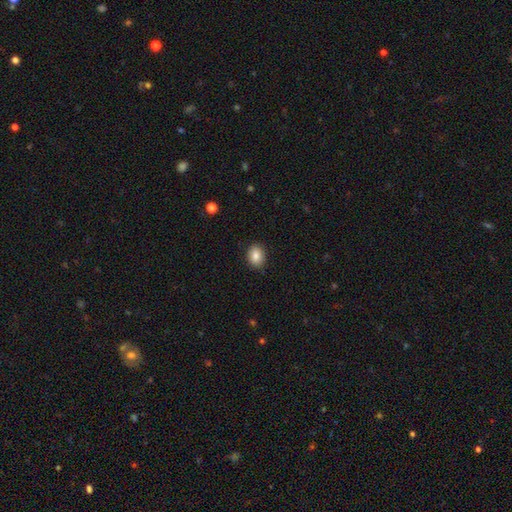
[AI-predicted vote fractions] smooth-or-featured: smooth: 85% | star or artifact: 8% | featured or disk: 7%
  how-rounded: in between: 56% | round: 43% | cigar-shaped: 1%
  merging: none: 88% | minor disturbance: 9% | major disturbance: 2% | merger: 1%